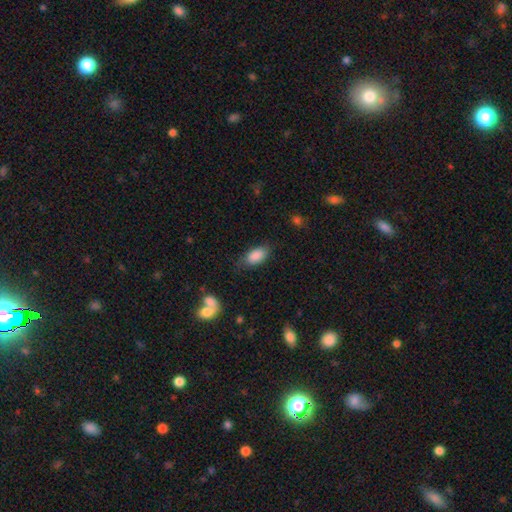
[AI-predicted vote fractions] smooth-or-featured: smooth: 87% | star or artifact: 7% | featured or disk: 6%
  how-rounded: in between: 92% | round: 4% | cigar-shaped: 3%
  merging: none: 72% | minor disturbance: 20% | major disturbance: 6% | merger: 2%